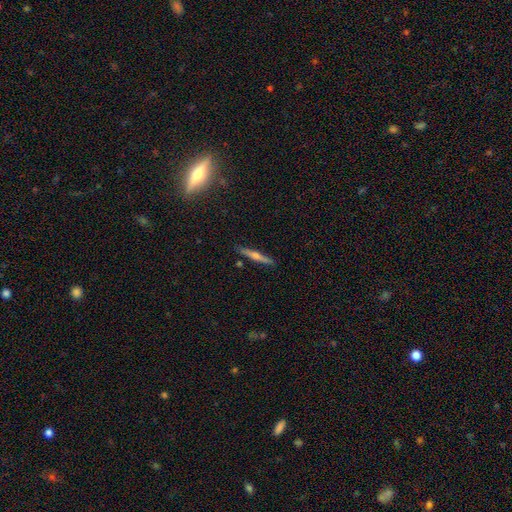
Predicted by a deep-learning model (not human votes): This appears to be a featured or disk galaxy (67%) viewed edge-on (97%) with a rounded central bulge (84%). Merging: none (90%).